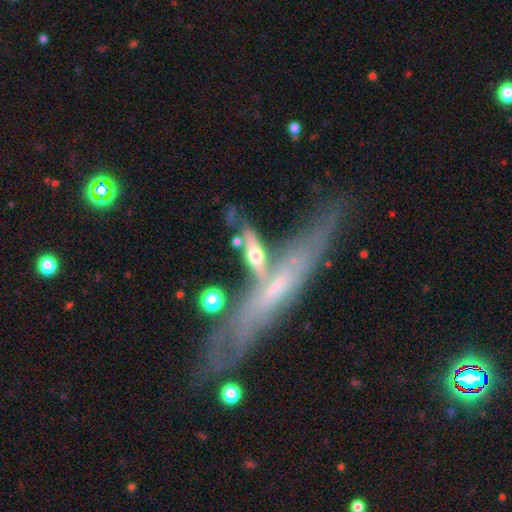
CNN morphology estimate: Smooth or featured? featured or disk (60%)
Edge-on disk? yes (75%)
Merging? none (41%)